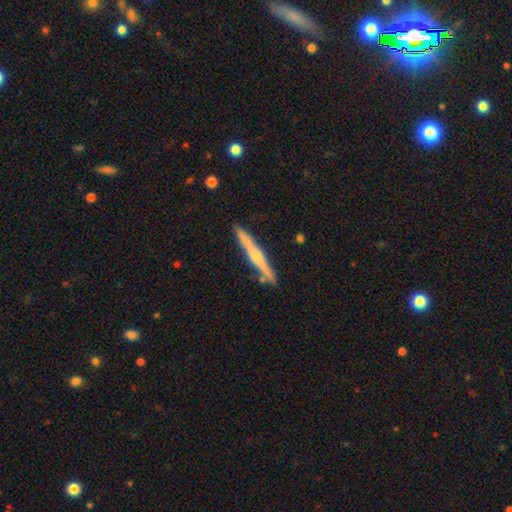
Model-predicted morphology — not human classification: The model was most divided on "smooth or featured": featured or disk: 66%, smooth: 29%, star or artifact: 5%. More confident: edge-on disk — yes (98%); merging — none (87%); edge-on bulge — rounded (76%).